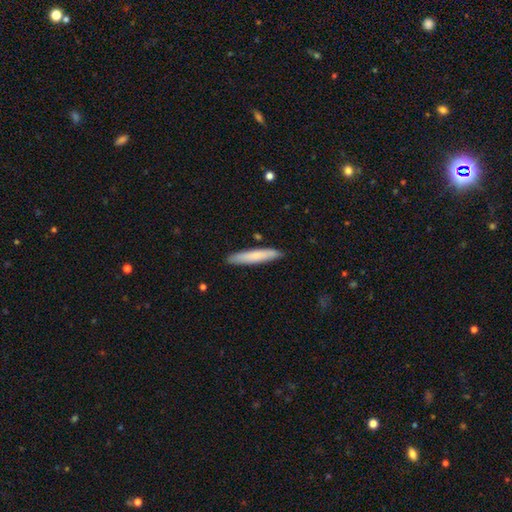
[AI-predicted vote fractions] smooth 76%, featured or disk 19%, star or artifact 6%. Down the decision tree: how rounded — cigar-shaped (92%); merging — none (88%).